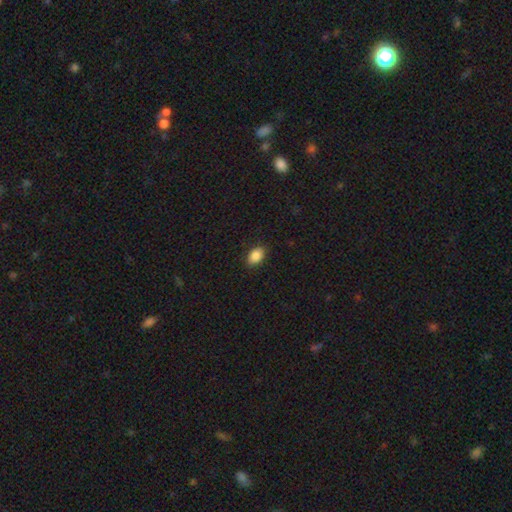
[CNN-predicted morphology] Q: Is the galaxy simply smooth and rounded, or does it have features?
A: smooth — 88%.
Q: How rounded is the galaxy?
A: in between — 87%.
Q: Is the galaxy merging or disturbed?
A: none — 88%.